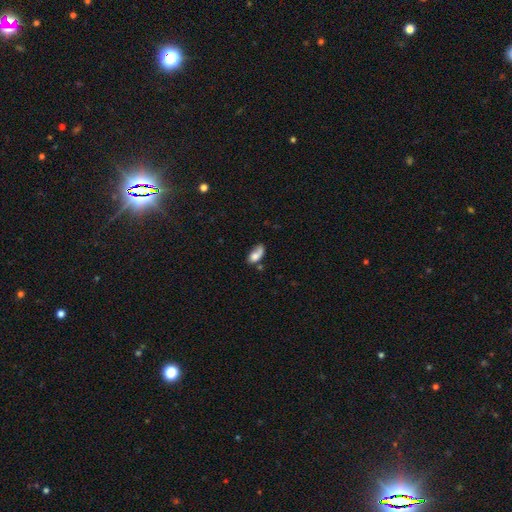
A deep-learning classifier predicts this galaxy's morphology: Overall: smooth (67%). How rounded: in between (85%). Merging: none (31%; merger 24%).